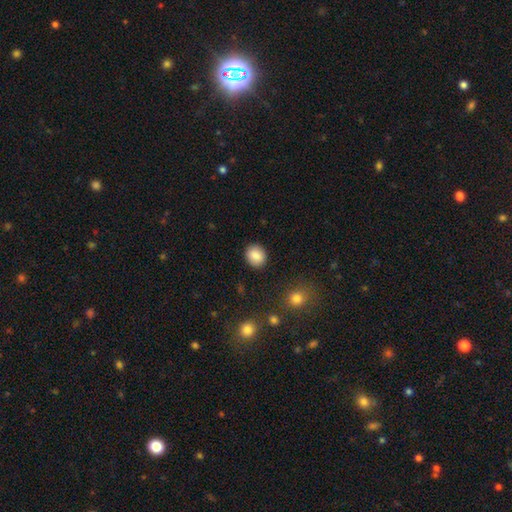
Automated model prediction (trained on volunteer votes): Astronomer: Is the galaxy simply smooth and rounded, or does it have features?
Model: smooth — 87%.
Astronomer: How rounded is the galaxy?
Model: round — 72%.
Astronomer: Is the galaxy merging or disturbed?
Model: none — 90%.